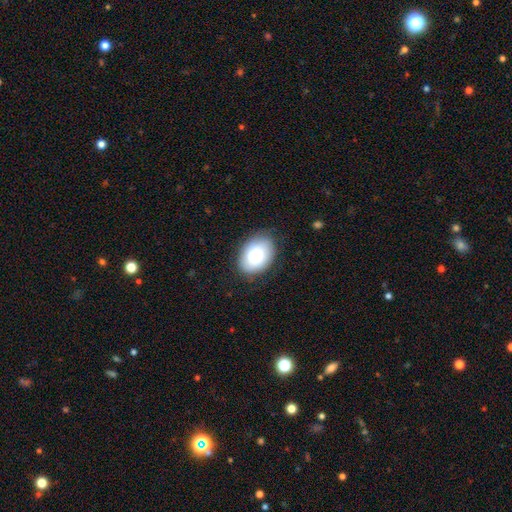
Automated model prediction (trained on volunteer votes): This is likely a smooth galaxy (80%). How rounded: likely in between (79%). Merging: clearly none (82%).